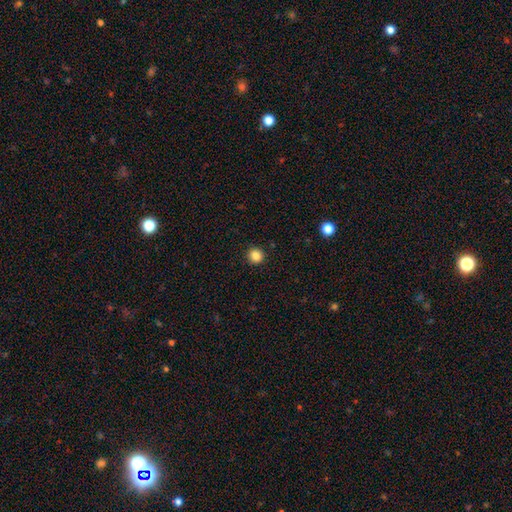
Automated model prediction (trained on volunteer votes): This appears to be a smooth galaxy with no disk features (84%) that is round (94%). Merging: none (92%).